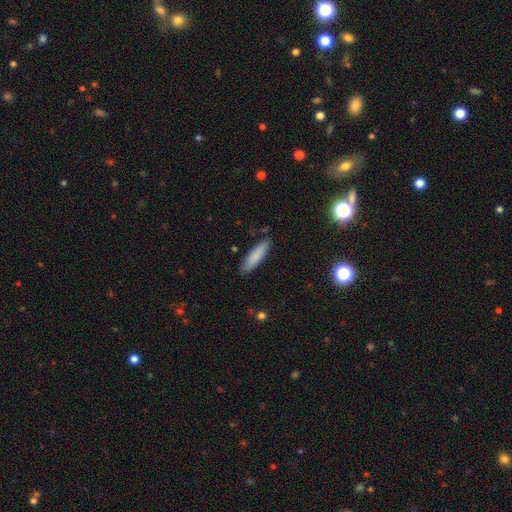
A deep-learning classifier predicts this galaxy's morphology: Overall: smooth (83%). How rounded: cigar-shaped (68%; in between 30%). Merging: none (85%).